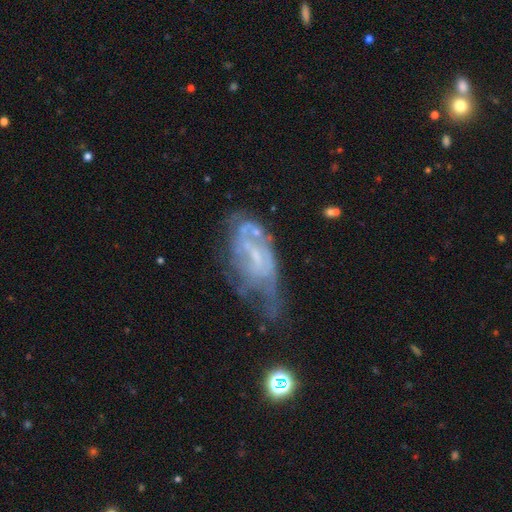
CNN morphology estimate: Q: Smooth or featured?
A: featured or disk (70%); runner-up: smooth (20%)
Q: Edge-on disk?
A: no (93%); runner-up: yes (7%)
Q: Bar?
A: no (52%); runner-up: weak (37%)
Q: Spiral arms?
A: yes (58%); runner-up: no (42%)
Q: Bulge size?
A: small (50%); runner-up: none (30%)
Q: Merging?
A: major disturbance (32%); runner-up: none (31%)